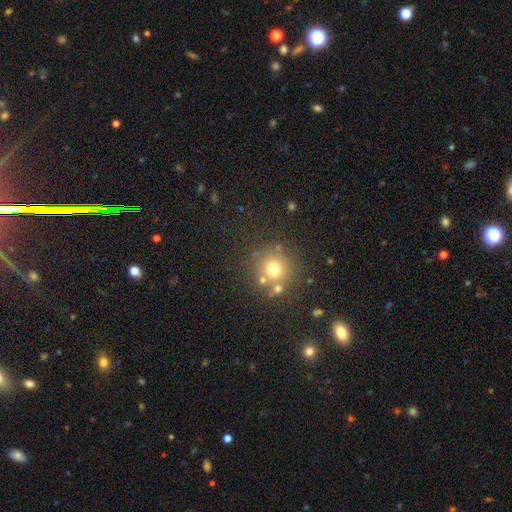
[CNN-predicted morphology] type=smooth (51%); roundness=round (90%); merging=none (72%).